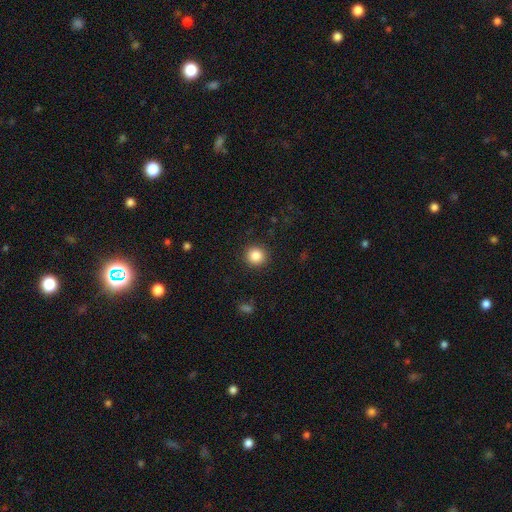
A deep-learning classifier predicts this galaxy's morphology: Overall: smooth (85%). How rounded: round (93%). Merging: none (91%).